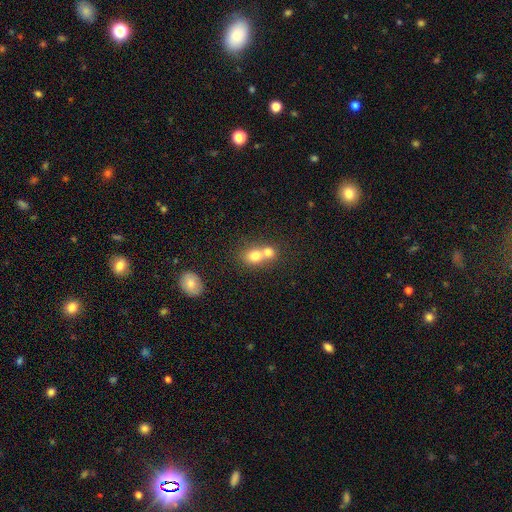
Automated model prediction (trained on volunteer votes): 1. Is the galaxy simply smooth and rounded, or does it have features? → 73% smooth, 16% featured or disk, 10% star or artifact.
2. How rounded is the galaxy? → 61% round, 38% in between, 1% cigar-shaped.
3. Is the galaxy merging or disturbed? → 66% merger, 26% none, 5% minor disturbance, 2% major disturbance.